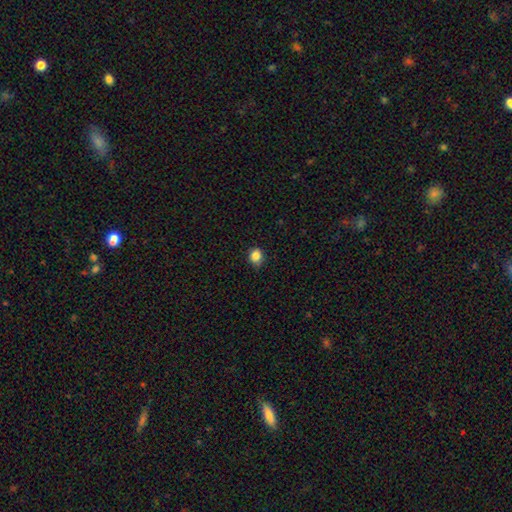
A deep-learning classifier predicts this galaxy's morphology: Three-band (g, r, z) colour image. It shows a smooth galaxy with no disk features (85%) that is round (75%). Merging: none (82%).